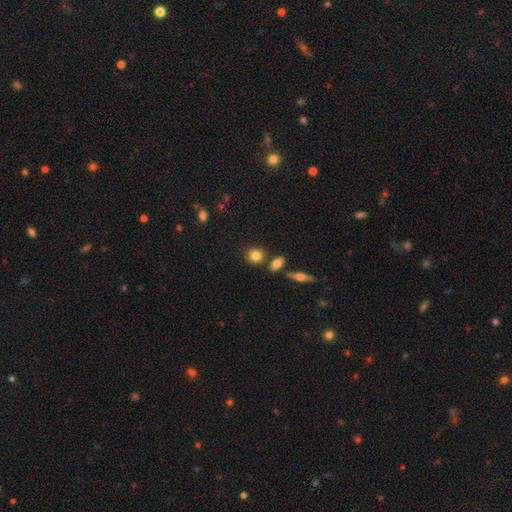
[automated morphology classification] Overall: smooth (82%). How rounded: round (80%). Merging: none (78%).